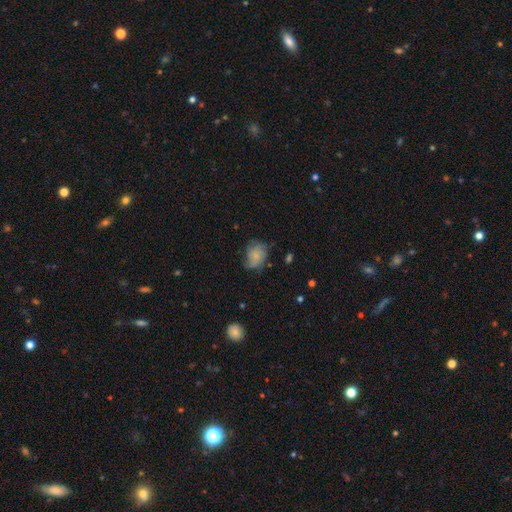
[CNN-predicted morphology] Smooth or featured: smooth — 63% (featured or disk — 28%)
How rounded: in between — 60% (round — 39%)
Merging: none — 53% (minor disturbance — 31%)